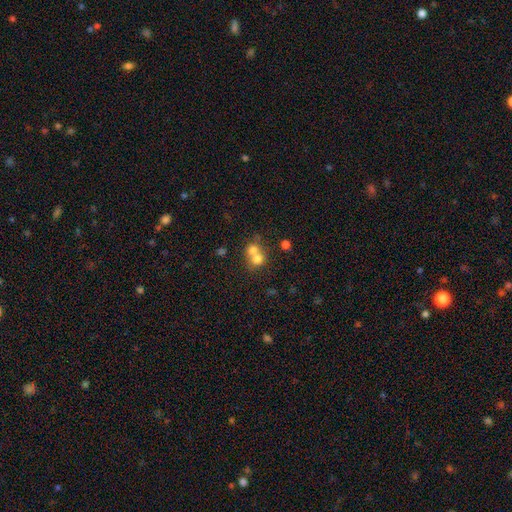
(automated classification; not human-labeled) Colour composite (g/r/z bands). It shows a smooth galaxy with no disk features (71%) that is round (77%). Merging: merger (65%).